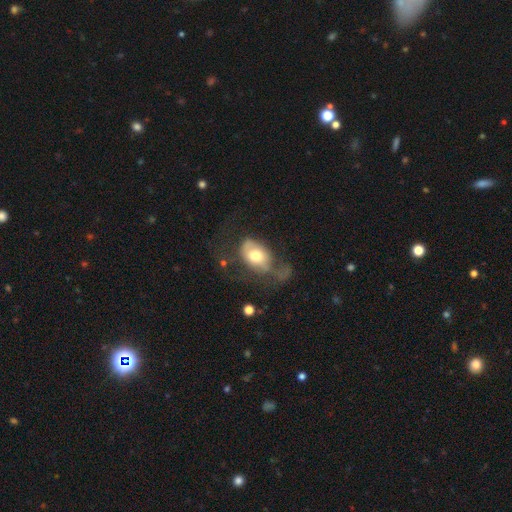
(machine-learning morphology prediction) This appears to be a smooth galaxy with no disk features (60%) that is in between round and cigar-shaped (79%). Merging: major disturbance (42%).